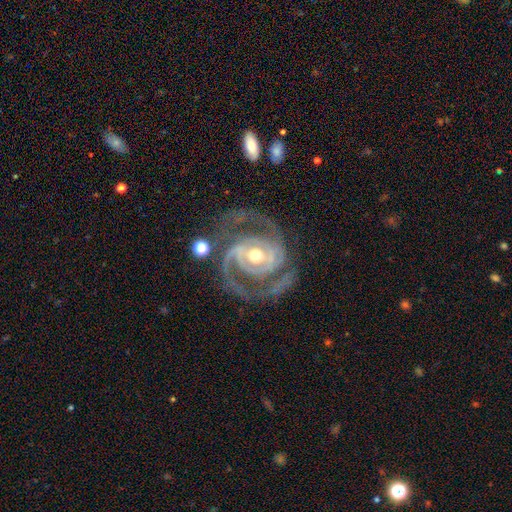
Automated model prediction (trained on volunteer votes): The model was most divided on "spiral winding": tight: 51%, medium: 42%, loose: 7%. Remaining: spiral arms — yes (98%); edge-on disk — no (98%); smooth or featured — featured or disk (93%); spiral arm count — 2 (69%); bulge size — moderate (68%); merging — none (68%); bar — no (43%).